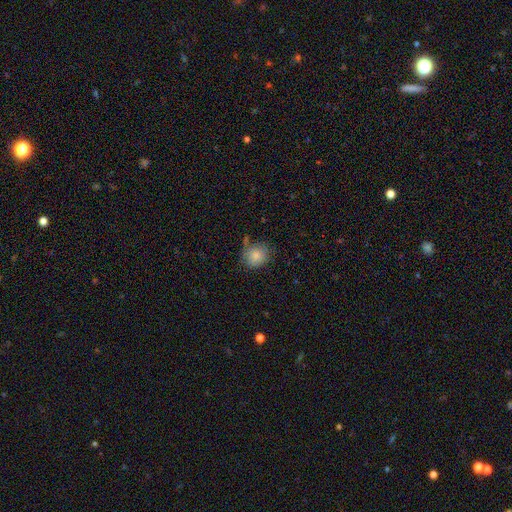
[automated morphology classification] type=smooth (84%); roundness=round (80%); merging=none (70%).